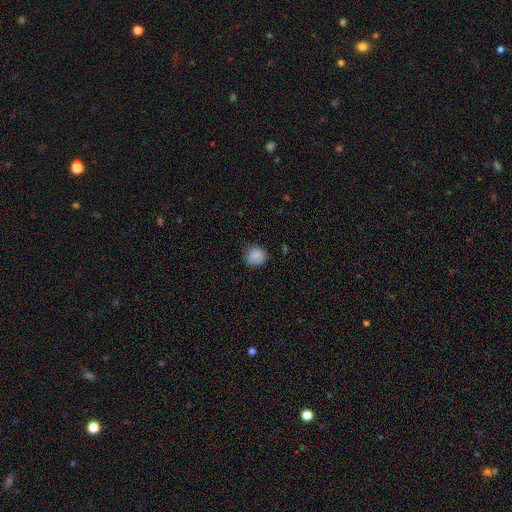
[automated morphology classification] The model was most divided on "merging": none: 75%, minor disturbance: 19%, major disturbance: 5%, merger: 1%. More confident: how rounded — round (83%); smooth or featured — smooth (81%).